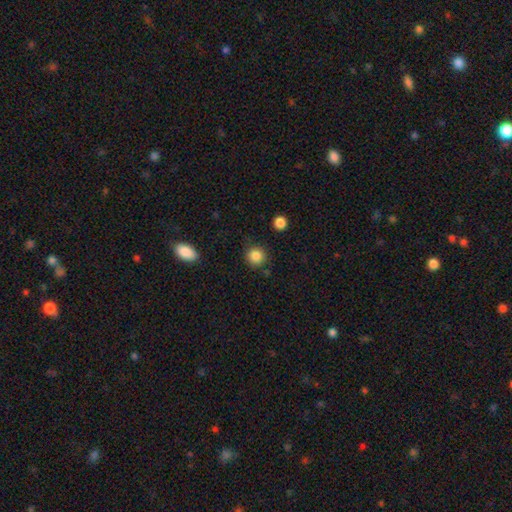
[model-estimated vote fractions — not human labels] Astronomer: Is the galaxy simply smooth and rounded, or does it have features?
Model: smooth — 86%.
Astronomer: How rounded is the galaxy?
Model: round — 91%.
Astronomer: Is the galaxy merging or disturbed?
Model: none — 87%.